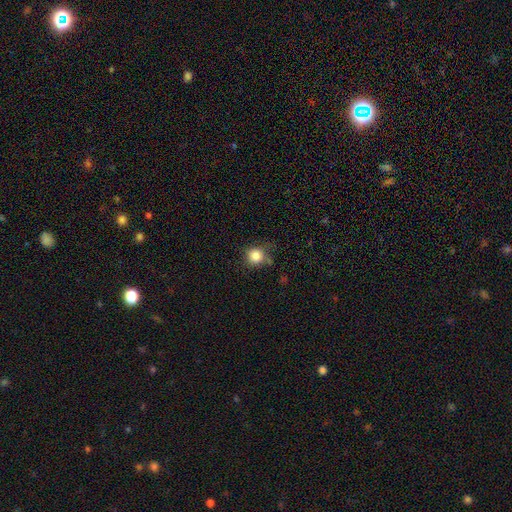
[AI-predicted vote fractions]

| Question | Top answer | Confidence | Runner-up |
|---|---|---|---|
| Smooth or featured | smooth | 83% | star or artifact (11%) |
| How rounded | round | 88% | in between (11%) |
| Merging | none | 68% | minor disturbance (22%) |